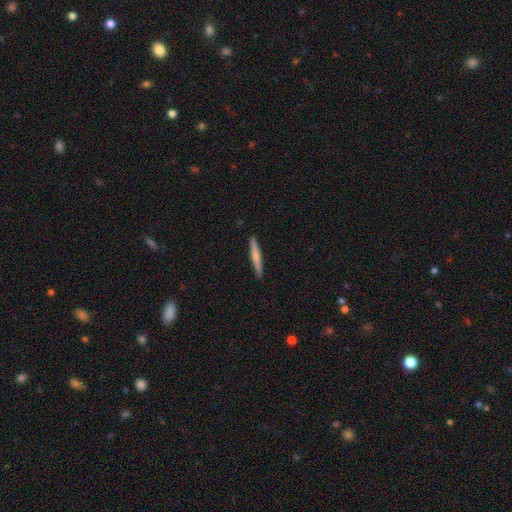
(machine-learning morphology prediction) A smooth galaxy with no disk features (63%) that is cigar-shaped (95%).

Vote fractions:
- Smooth or featured? smooth: 63% / featured or disk: 32% / star or artifact: 5%
- How rounded? cigar-shaped: 95% / in between: 4% / round: 1%
- Merging? none: 91% / minor disturbance: 6% / major disturbance: 1% / merger: 1%